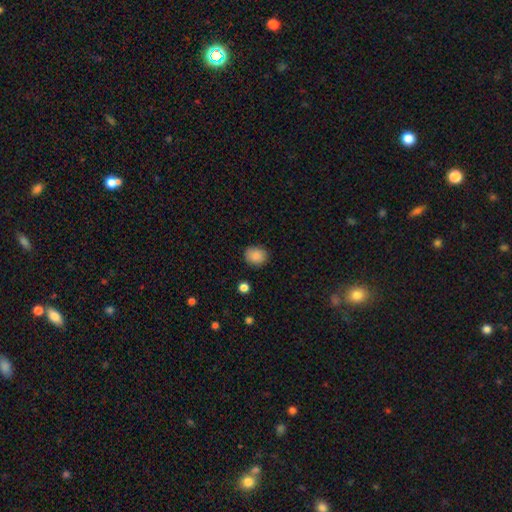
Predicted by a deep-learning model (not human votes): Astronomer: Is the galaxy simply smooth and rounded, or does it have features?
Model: smooth — 87%.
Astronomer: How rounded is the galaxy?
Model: round — 68%.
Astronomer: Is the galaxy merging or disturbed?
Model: none — 85%.